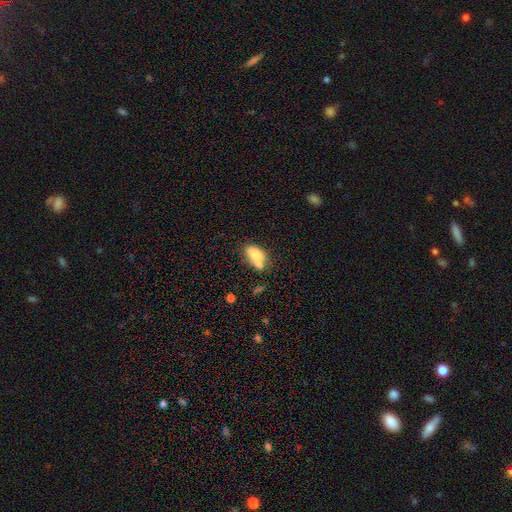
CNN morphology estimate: smooth 74%, featured or disk 18%, star or artifact 8%. Down the decision tree: how rounded — in between (87%); merging — none (40%).